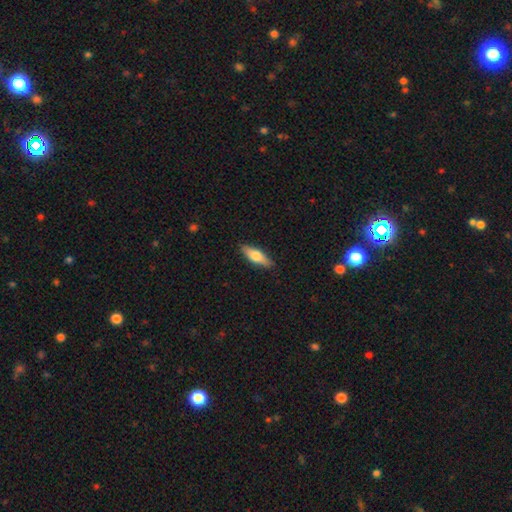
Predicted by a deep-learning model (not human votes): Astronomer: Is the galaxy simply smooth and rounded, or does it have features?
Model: smooth — 58% (runner-up: featured or disk, 36%).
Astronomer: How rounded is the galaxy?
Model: in between — 51% (runner-up: cigar-shaped, 47%).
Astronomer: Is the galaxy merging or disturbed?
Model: none — 88%.